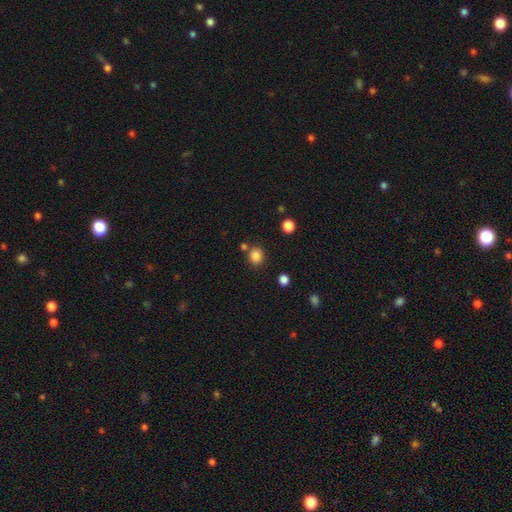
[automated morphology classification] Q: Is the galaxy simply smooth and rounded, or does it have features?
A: smooth — 84%.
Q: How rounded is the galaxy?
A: round — 69%.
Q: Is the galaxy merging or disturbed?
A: none — 77%.